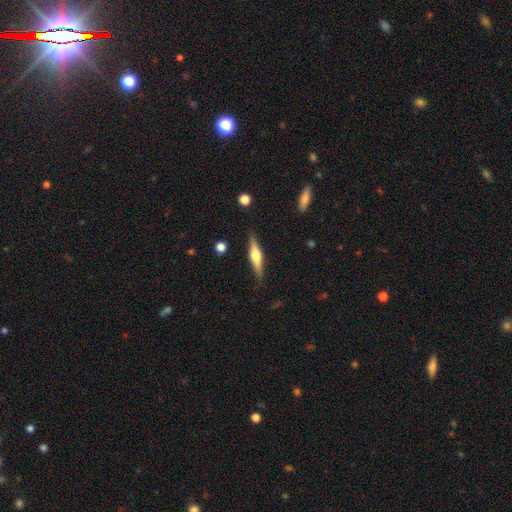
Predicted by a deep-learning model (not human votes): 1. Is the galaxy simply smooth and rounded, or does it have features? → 61% featured or disk, 33% smooth, 6% star or artifact.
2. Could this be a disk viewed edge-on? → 96% yes, 4% no.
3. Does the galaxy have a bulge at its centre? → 90% rounded, 7% boxy, 3% none.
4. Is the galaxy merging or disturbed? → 85% none, 11% minor disturbance, 2% major disturbance, 1% merger.